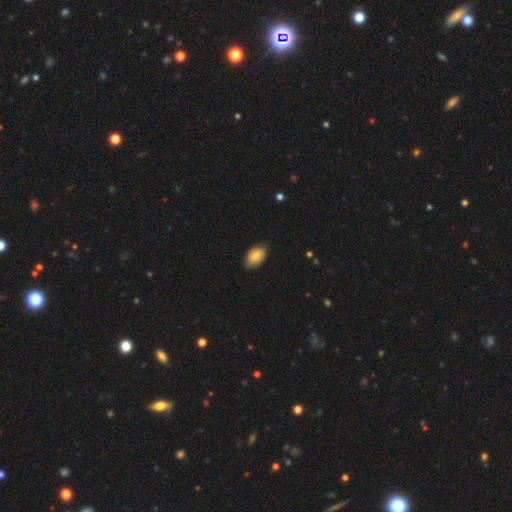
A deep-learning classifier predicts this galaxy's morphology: Q: Smooth or featured?
A: smooth (73%); runner-up: featured or disk (20%)
Q: How rounded?
A: in between (90%); runner-up: round (8%)
Q: Merging?
A: none (78%); runner-up: minor disturbance (18%)